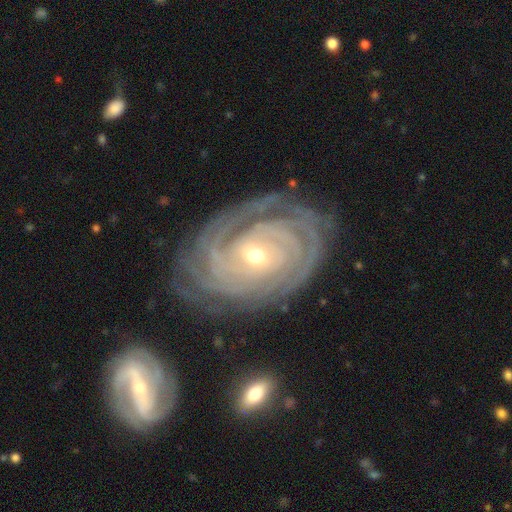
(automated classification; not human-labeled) Q: Smooth or featured?
A: featured or disk (90%); runner-up: star or artifact (5%)
Q: Edge-on disk?
A: no (96%); runner-up: yes (4%)
Q: Bar?
A: no (40%); runner-up: weak (35%)
Q: Spiral arms?
A: yes (97%); runner-up: no (3%)
Q: Spiral winding?
A: tight (85%); runner-up: medium (12%)
Q: Spiral arm count?
A: can't tell (27%); runner-up: 2 (20%)
Q: Bulge size?
A: small (56%); runner-up: moderate (41%)
Q: Merging?
A: none (72%); runner-up: minor disturbance (16%)